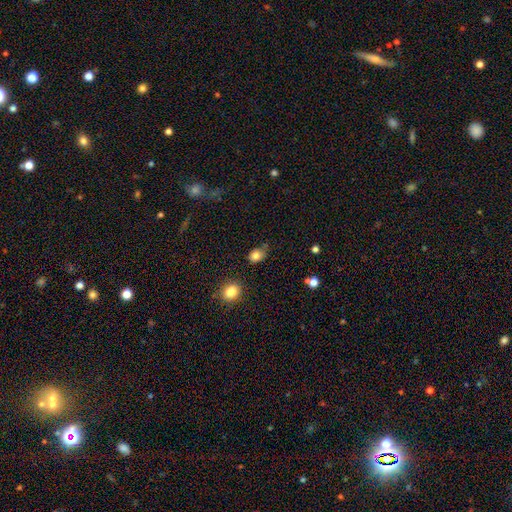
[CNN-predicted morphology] Smooth or featured: smooth — 82% (star or artifact — 12%)
How rounded: in between — 51% (round — 48%)
Merging: none — 59% (minor disturbance — 29%)